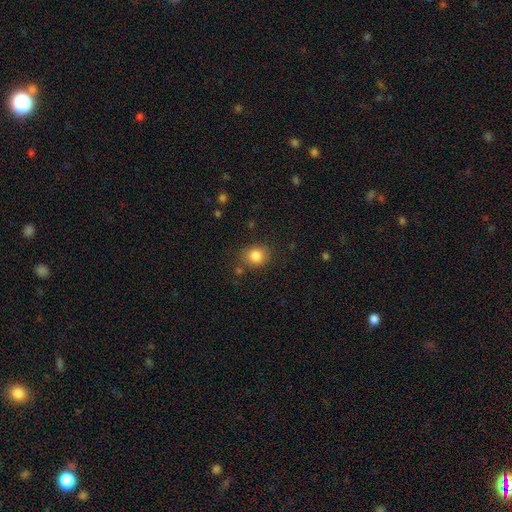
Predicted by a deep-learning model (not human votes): Smooth or featured? smooth (84%)
How rounded? round (69%)
Merging? none (79%)